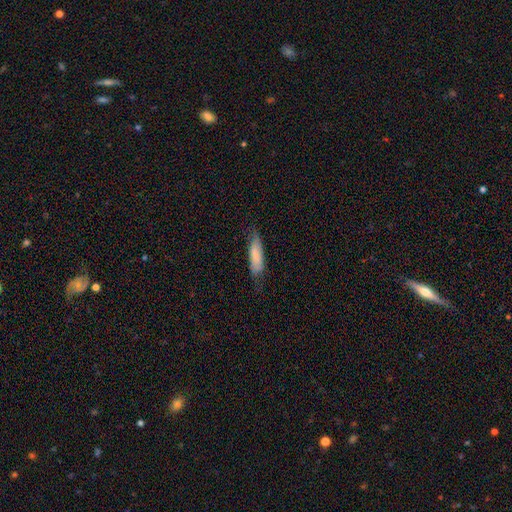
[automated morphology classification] A smooth galaxy with no disk features (75%) that is cigar-shaped (61%). Merging: none (62%).